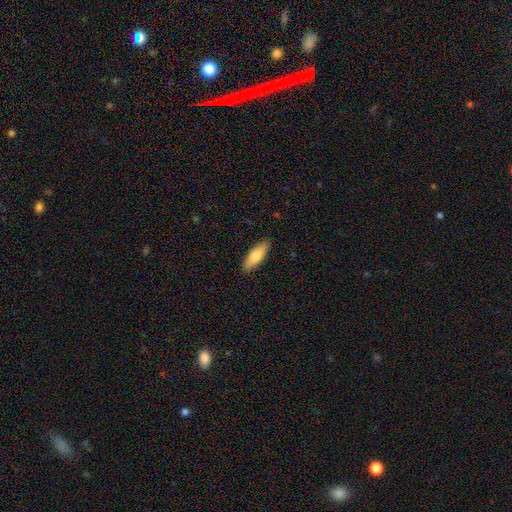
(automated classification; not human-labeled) Smooth or featured?
  - smooth: 73% *
  - featured or disk: 21%
  - star or artifact: 6%
How rounded?
  - in between: 62% *
  - cigar-shaped: 35%
  - round: 2%
Merging?
  - none: 89% *
  - minor disturbance: 8%
  - major disturbance: 2%
  - merger: 1%